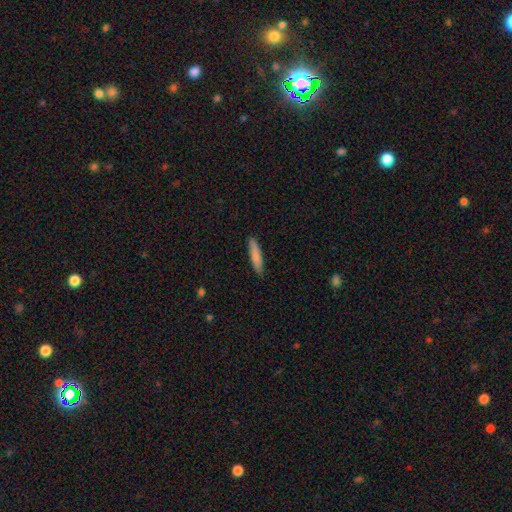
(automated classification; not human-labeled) Morphology: type=smooth (83%); roundness=cigar-shaped (87%); merging=none (88%).